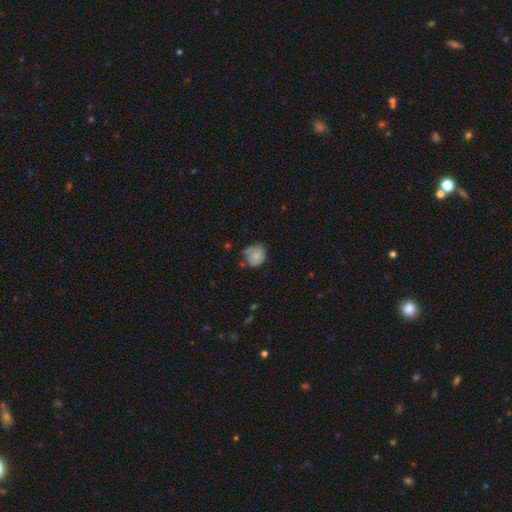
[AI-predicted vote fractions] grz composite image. It shows a smooth galaxy with no disk features (67%) that is round (78%). Merging: none (50%).